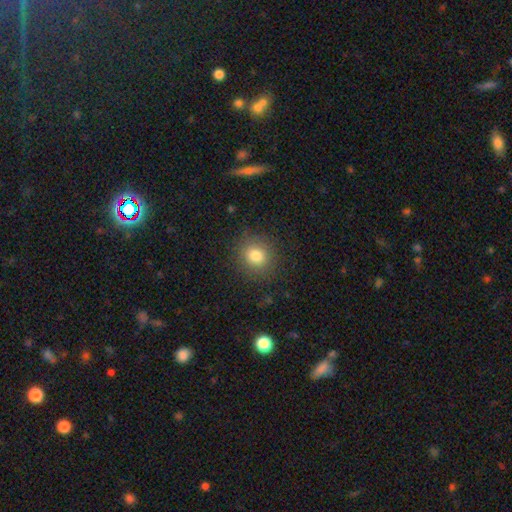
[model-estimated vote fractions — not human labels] Smooth or featured? smooth (81%)
How rounded? round (82%)
Merging? none (87%)